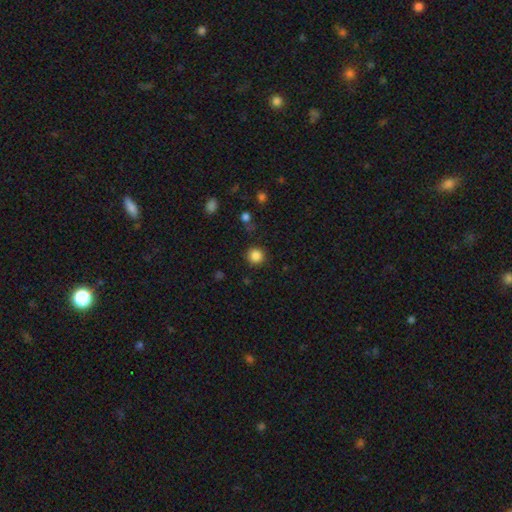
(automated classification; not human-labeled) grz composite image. It shows a smooth galaxy with no disk features (85%) that is round (94%). Merging: none (88%).